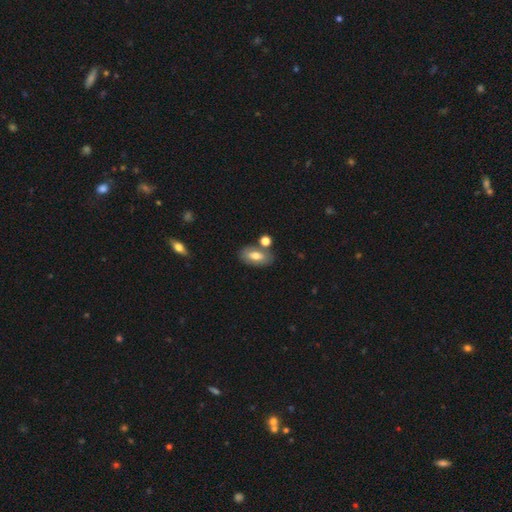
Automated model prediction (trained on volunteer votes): This is likely a smooth galaxy (69%). How rounded: clearly in between (89%). Merging: likely none (69%).